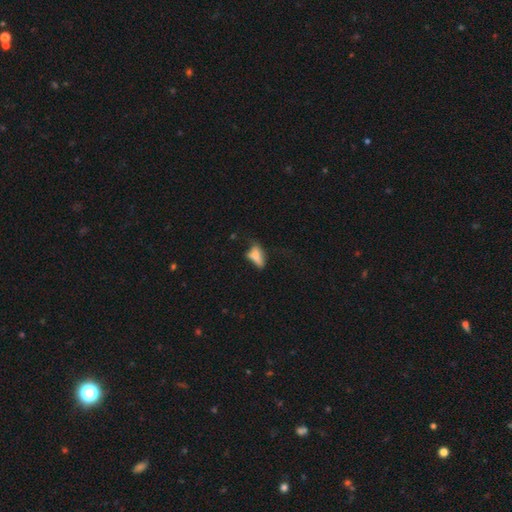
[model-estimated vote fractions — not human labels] A smooth galaxy with no disk features (68%) that is in between round and cigar-shaped (75%). Merging: none (36%).